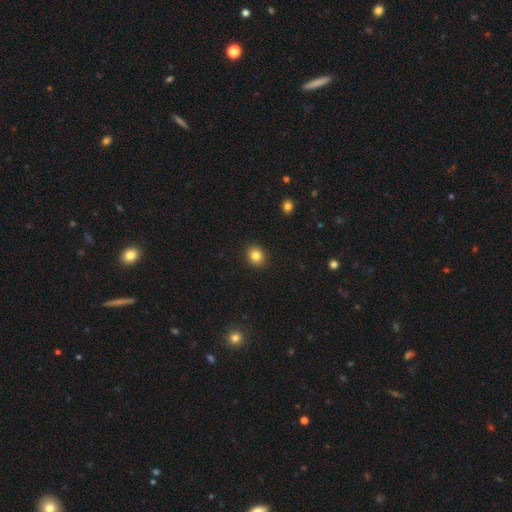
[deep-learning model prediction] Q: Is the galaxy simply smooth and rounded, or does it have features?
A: smooth — 83%.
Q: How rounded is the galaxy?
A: round — 69%.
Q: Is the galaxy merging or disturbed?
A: none — 91%.